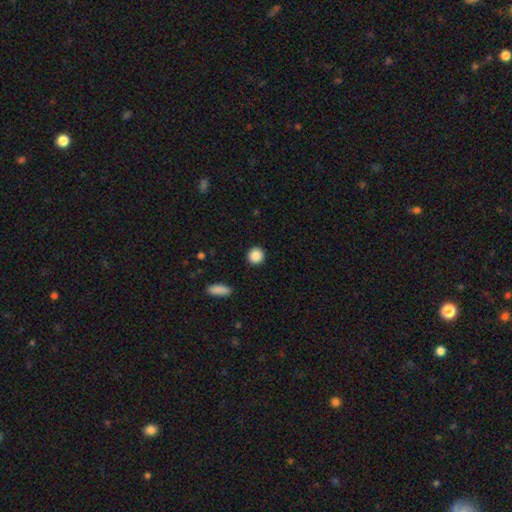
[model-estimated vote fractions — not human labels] Overall: smooth (88%). How rounded: round (93%). Merging: none (92%).